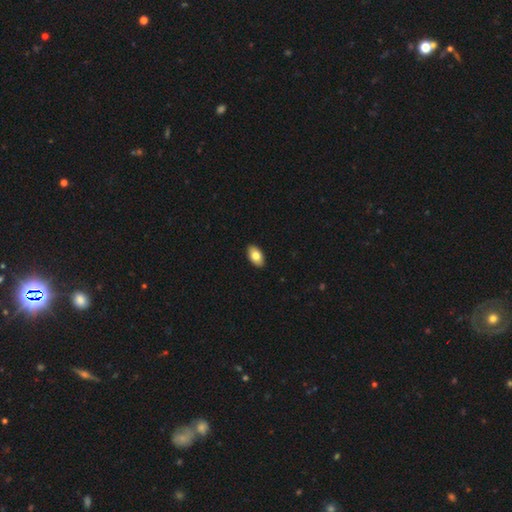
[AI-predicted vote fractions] Smooth or featured? smooth (80%)
How rounded? in between (93%)
Merging? none (90%)